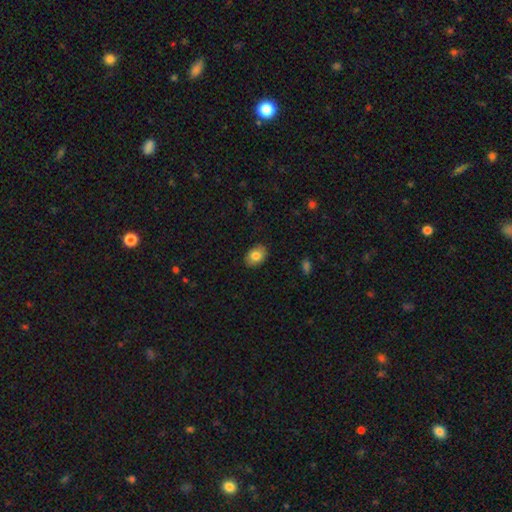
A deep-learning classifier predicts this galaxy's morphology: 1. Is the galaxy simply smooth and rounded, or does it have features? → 82% smooth, 10% featured or disk, 8% star or artifact.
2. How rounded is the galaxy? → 78% in between, 21% round, 1% cigar-shaped.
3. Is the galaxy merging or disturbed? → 87% none, 10% minor disturbance, 2% major disturbance, 1% merger.